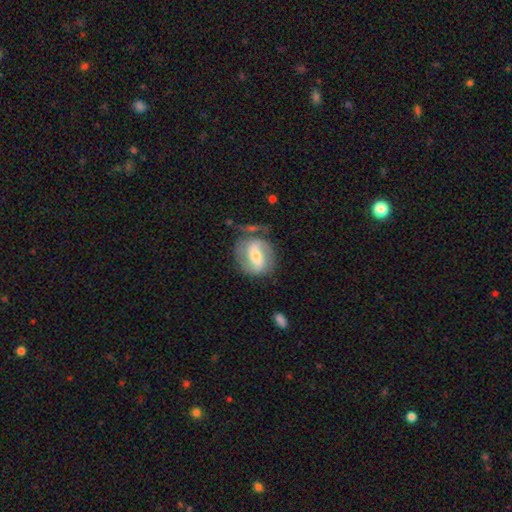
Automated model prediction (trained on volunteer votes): A featured or disk galaxy (71%) with a strong bar (42%), 2 (80%) medium (44%) spiral arms (86%) and a moderate central bulge (51%).

Vote fractions:
- Smooth or featured? featured or disk: 71% / smooth: 23% / star or artifact: 6%
- Edge-on disk? no: 96% / yes: 4%
- Bar? strong: 42% / weak: 39% / no: 19%
- Spiral arms? yes: 86% / no: 14%
- Spiral winding? medium: 44% / tight: 33% / loose: 23%
- Spiral arm count? 2: 80% / can't tell: 10% / 1: 6% / 3: 2% / 4: 1% / more than 4: 1%
- Bulge size? moderate: 51% / small: 39% / large: 6% / none: 2% / dominant: 1%
- Merging? none: 62% / minor disturbance: 20% / major disturbance: 13% / merger: 5%